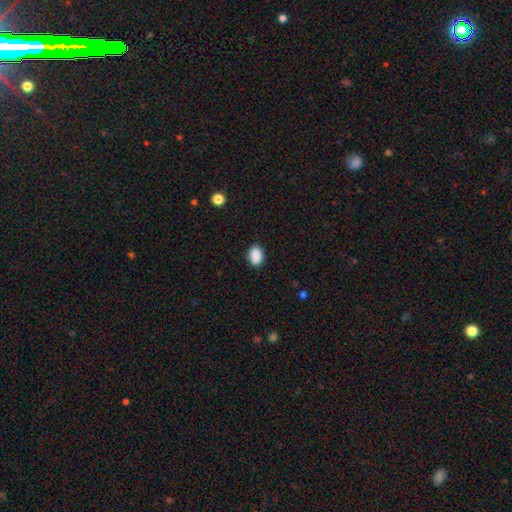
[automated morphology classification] Overall: smooth (89%). How rounded: in between (80%). Merging: none (84%).